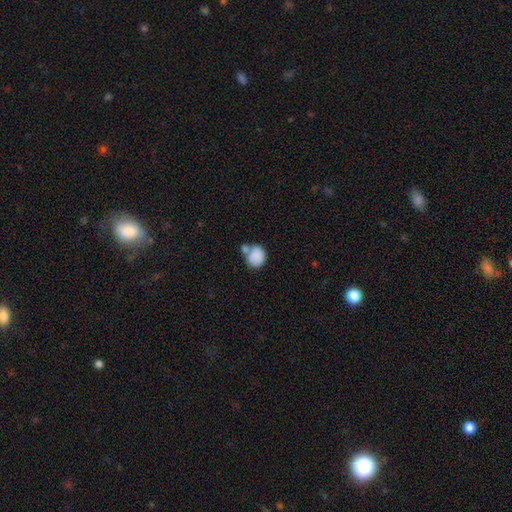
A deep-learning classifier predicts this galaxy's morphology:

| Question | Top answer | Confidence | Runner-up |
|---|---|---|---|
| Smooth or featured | smooth | 84% | featured or disk (8%) |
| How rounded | round | 69% | in between (30%) |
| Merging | merger | 39% | none (38%) |